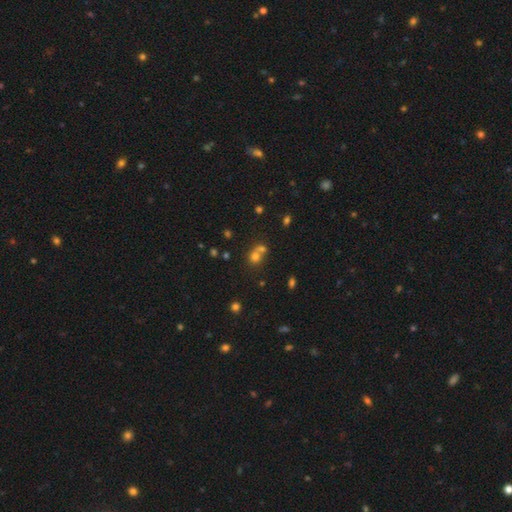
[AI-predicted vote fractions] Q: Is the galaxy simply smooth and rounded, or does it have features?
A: smooth — 65%.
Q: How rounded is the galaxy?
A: round — 80%.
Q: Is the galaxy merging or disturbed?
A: merger — 49%.